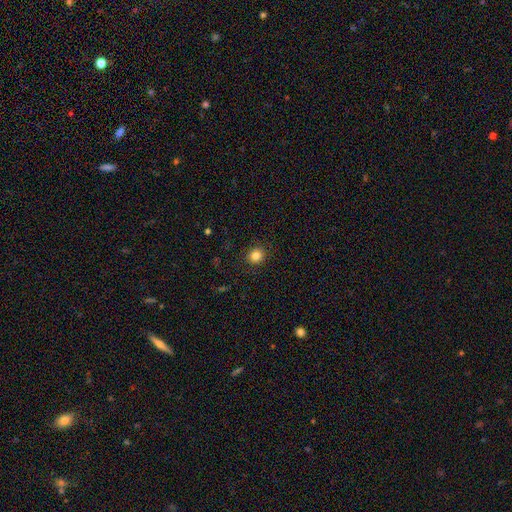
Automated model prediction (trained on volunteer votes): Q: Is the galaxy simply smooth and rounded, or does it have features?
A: smooth — 83%.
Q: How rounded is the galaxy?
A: round — 88%.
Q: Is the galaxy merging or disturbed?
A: none — 91%.